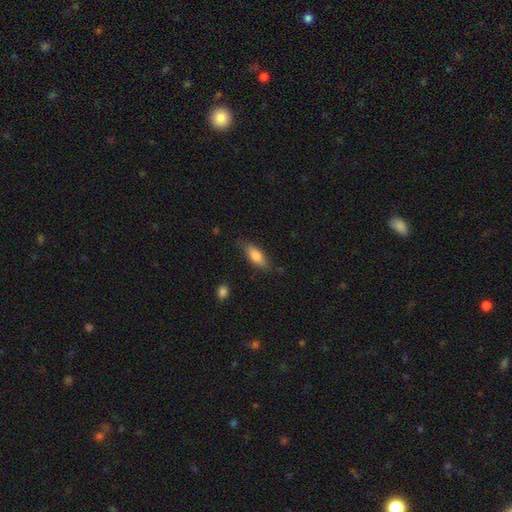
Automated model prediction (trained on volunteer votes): Smooth or featured? Predicted: smooth (p=0.78). How rounded? Predicted: in between (p=0.65). Merging? Predicted: none (p=0.76).